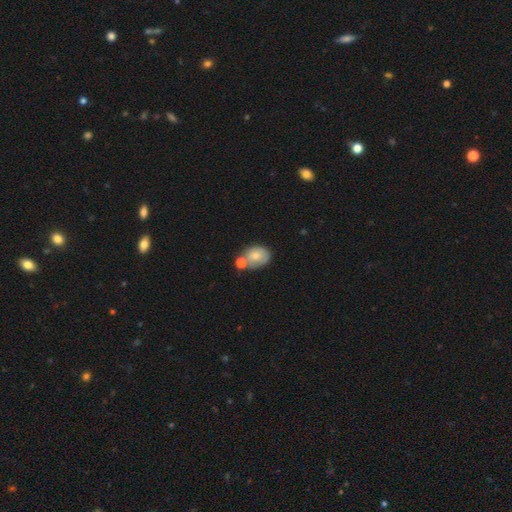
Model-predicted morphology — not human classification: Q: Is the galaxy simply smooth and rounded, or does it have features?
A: smooth — 71%.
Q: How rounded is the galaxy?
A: in between — 63%.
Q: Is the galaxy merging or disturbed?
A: none — 45%.